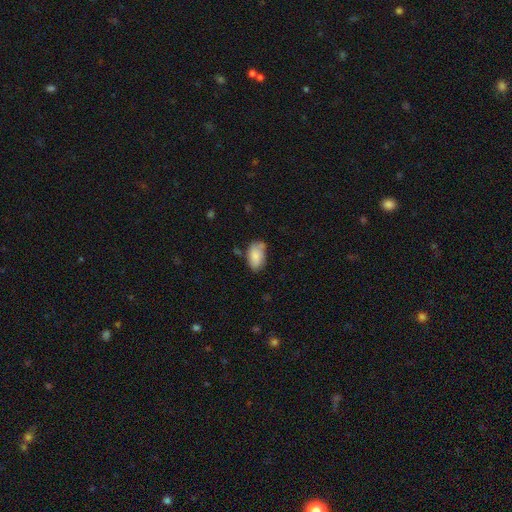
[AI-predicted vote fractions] The model was most divided on "merging": none: 57%, minor disturbance: 29%, major disturbance: 7%, merger: 7%. More confident: how rounded — in between (93%); smooth or featured — smooth (79%).